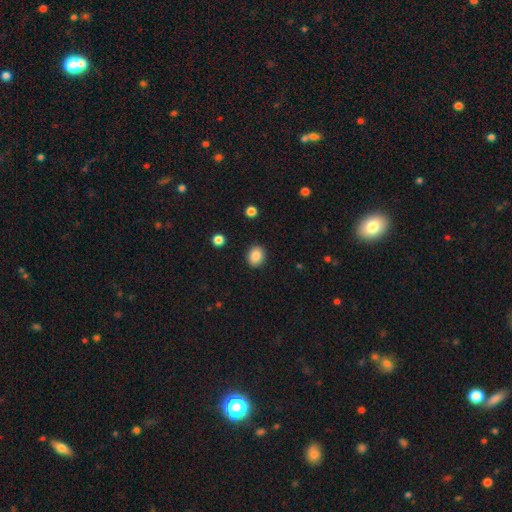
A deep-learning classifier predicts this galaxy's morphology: This appears to be a smooth galaxy with no disk features (87%) that is round (57%). Merging: none (90%).